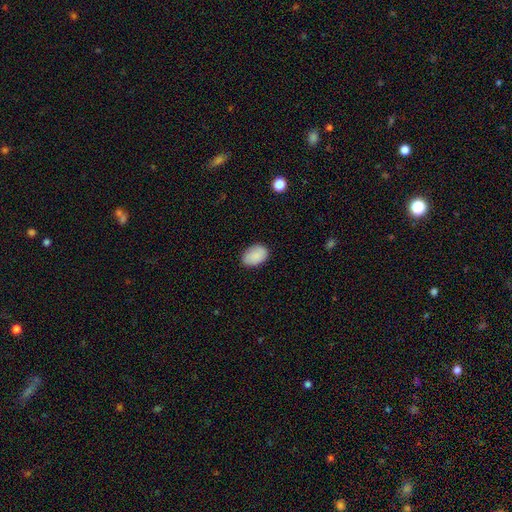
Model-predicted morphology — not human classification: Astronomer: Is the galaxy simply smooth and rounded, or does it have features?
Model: smooth — 89%.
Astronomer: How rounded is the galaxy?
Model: in between — 87%.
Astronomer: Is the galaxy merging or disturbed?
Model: none — 82%.